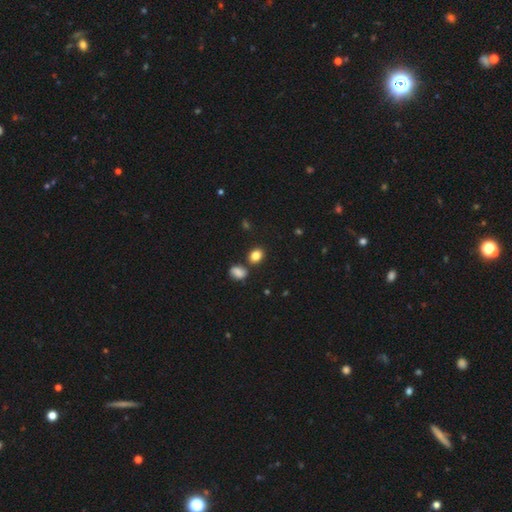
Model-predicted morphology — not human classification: Smooth or featured? smooth (84%)
How rounded? in between (52%)
Merging? none (75%)